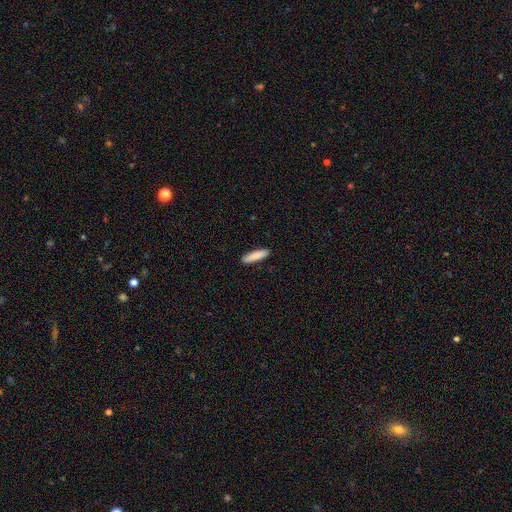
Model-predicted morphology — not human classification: A smooth galaxy with no disk features (87%) that is cigar-shaped (76%).

Vote fractions:
- Smooth or featured? smooth: 87% / featured or disk: 7% / star or artifact: 6%
- How rounded? cigar-shaped: 76% / in between: 23% / round: 1%
- Merging? none: 89% / minor disturbance: 8% / major disturbance: 2% / merger: 1%